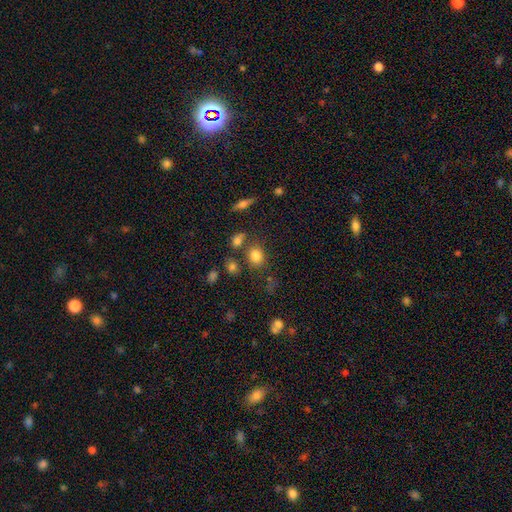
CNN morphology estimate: Overall: smooth (79%). How rounded: round (58%; in between 40%). Merging: none (70%).